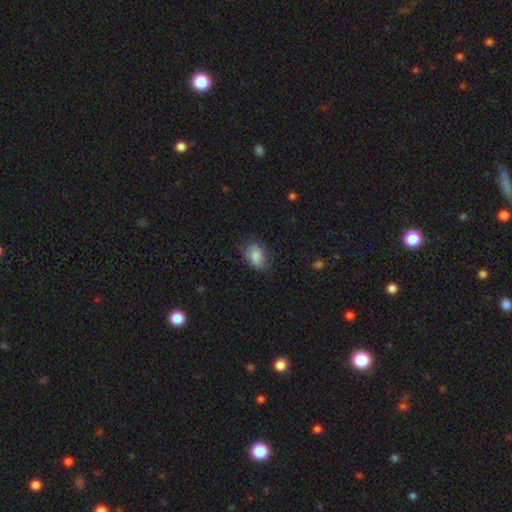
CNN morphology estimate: This appears to be a smooth galaxy with no disk features (86%) that is in between round and cigar-shaped (81%). Merging: none (74%).